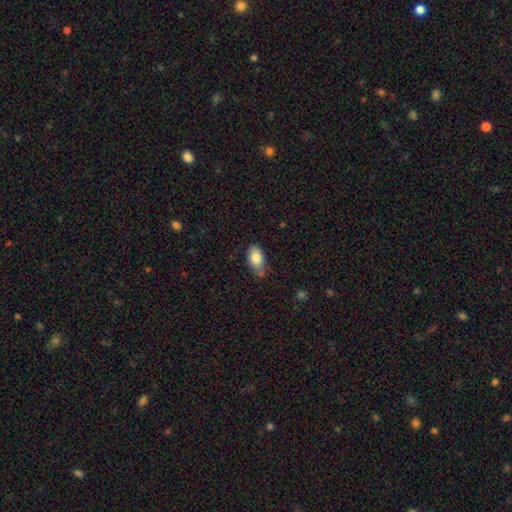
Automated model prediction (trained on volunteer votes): This is clearly a smooth galaxy (83%). How rounded: clearly in between (93%). Merging: likely none (65%).